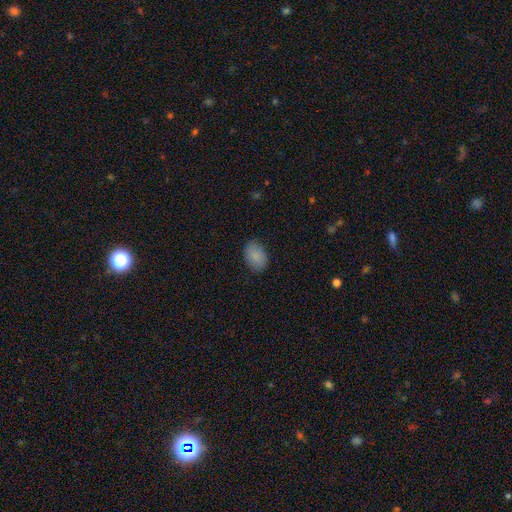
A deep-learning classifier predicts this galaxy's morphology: A smooth galaxy with no disk features (88%) that is in between round and cigar-shaped (82%).

Vote fractions:
- Smooth or featured? smooth: 88% / star or artifact: 7% / featured or disk: 5%
- How rounded? in between: 82% / round: 17% / cigar-shaped: 1%
- Merging? none: 82% / minor disturbance: 14% / major disturbance: 3% / merger: 1%